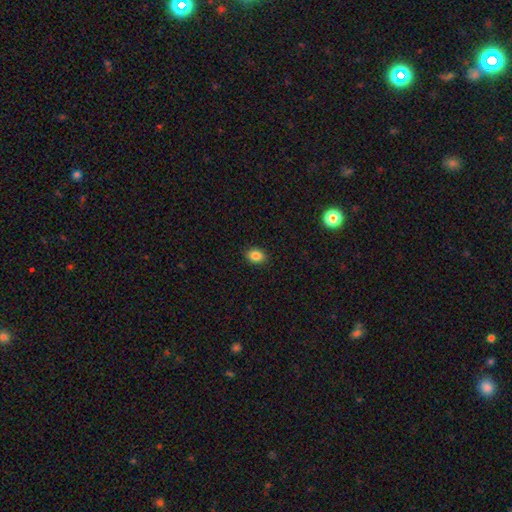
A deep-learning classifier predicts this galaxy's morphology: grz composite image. It shows a smooth galaxy with no disk features (86%) that is in between round and cigar-shaped (66%). Merging: none (90%).